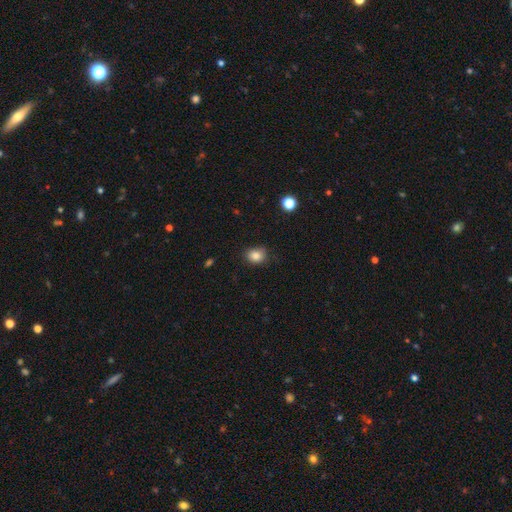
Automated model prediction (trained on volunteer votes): Morphology: type=smooth (84%); roundness=round (54%); merging=none (77%).